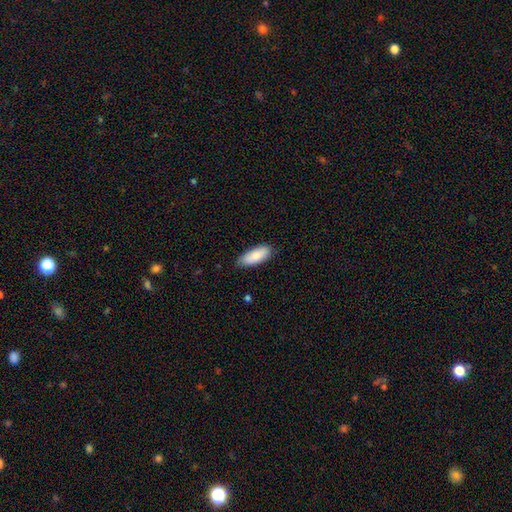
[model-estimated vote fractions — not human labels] smooth-or-featured: smooth: 86% | featured or disk: 8% | star or artifact: 5%
  how-rounded: in between: 79% | cigar-shaped: 20% | round: 2%
  merging: none: 79% | minor disturbance: 17% | major disturbance: 2% | merger: 1%